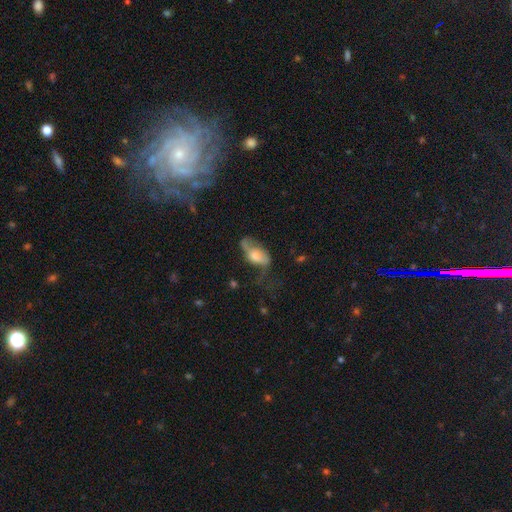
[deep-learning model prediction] Overall: smooth (51%; featured or disk 40%). How rounded: in between (88%). Merging: major disturbance (38%; none 31%).